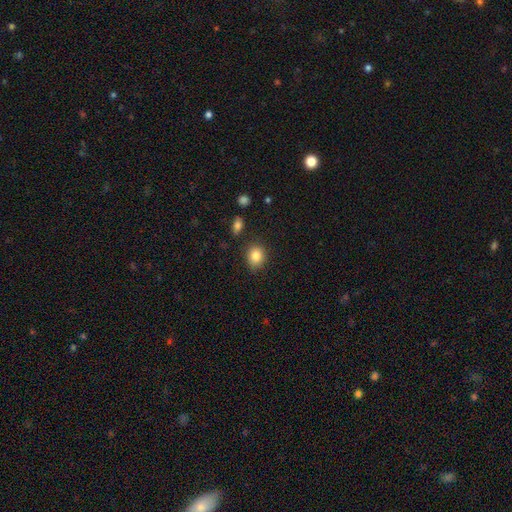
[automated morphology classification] A smooth galaxy with no disk features (85%) that is round (63%).

Vote fractions:
- Smooth or featured? smooth: 85% / star or artifact: 9% / featured or disk: 6%
- How rounded? round: 63% / in between: 36% / cigar-shaped: 1%
- Merging? none: 83% / minor disturbance: 12% / major disturbance: 3% / merger: 3%